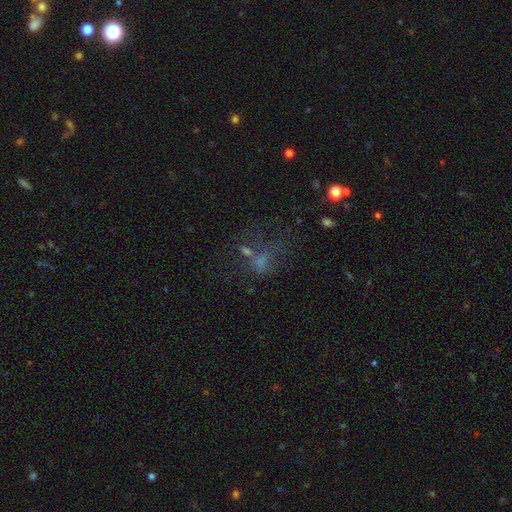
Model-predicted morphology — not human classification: Q: Smooth or featured?
A: star or artifact (39%); runner-up: featured or disk (30%)